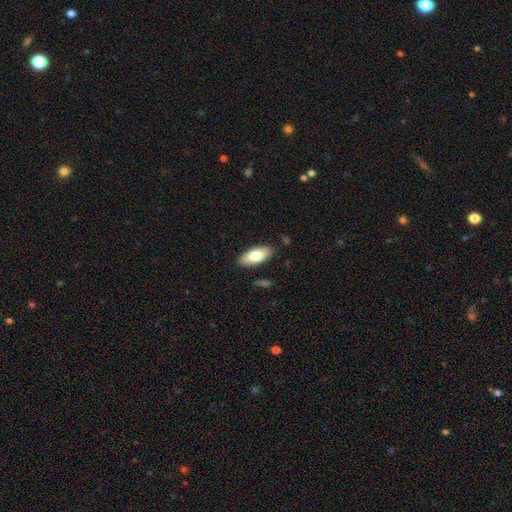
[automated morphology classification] Overall: smooth (74%). How rounded: in between (86%). Merging: none (87%).